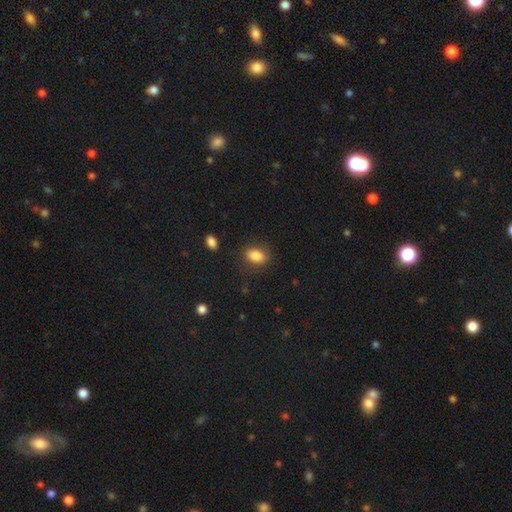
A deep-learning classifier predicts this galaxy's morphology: Smooth or featured: smooth — 86% (star or artifact — 9%)
How rounded: in between — 81% (round — 18%)
Merging: none — 82% (minor disturbance — 12%)